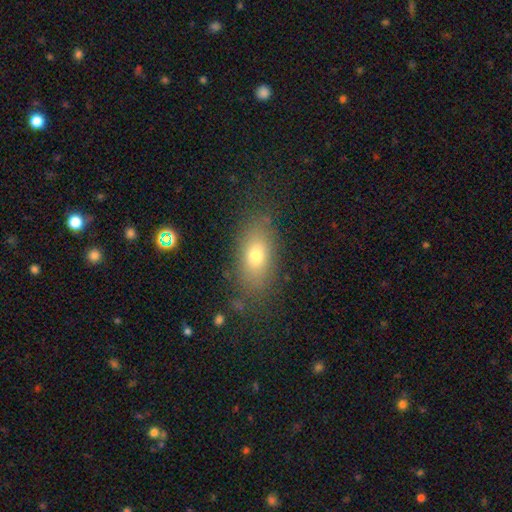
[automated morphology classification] Q: Smooth or featured?
A: smooth (72%); runner-up: featured or disk (16%)
Q: How rounded?
A: in between (81%); runner-up: round (10%)
Q: Merging?
A: none (80%); runner-up: minor disturbance (13%)